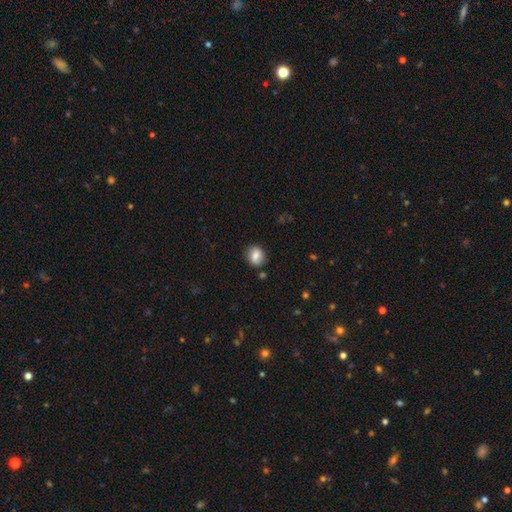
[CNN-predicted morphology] Smooth or featured: smooth — 80% (featured or disk — 12%)
How rounded: round — 63% (in between — 36%)
Merging: none — 81% (minor disturbance — 13%)